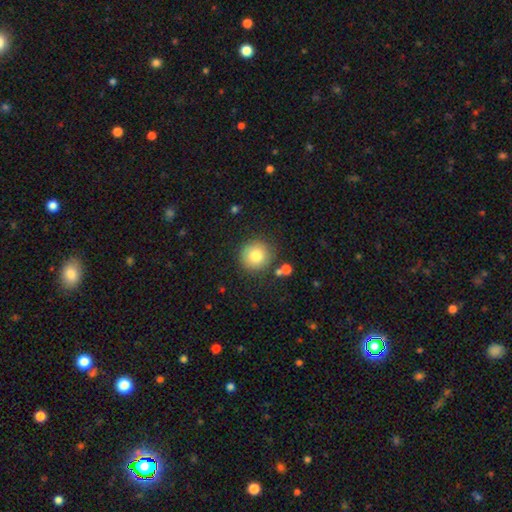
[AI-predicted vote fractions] Smooth or featured? Predicted: smooth (p=0.82). How rounded? Predicted: round (p=0.94). Merging? Predicted: none (p=0.85).